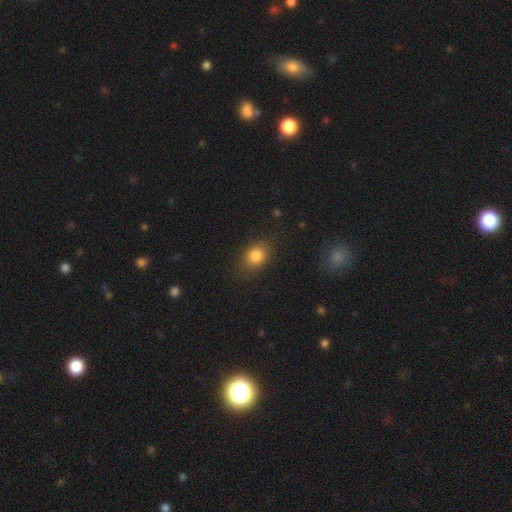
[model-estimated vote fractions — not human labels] smooth-or-featured: smooth: 83% | star or artifact: 10% | featured or disk: 7%
  how-rounded: in between: 55% | round: 44% | cigar-shaped: 2%
  merging: none: 80% | minor disturbance: 14% | major disturbance: 5% | merger: 2%